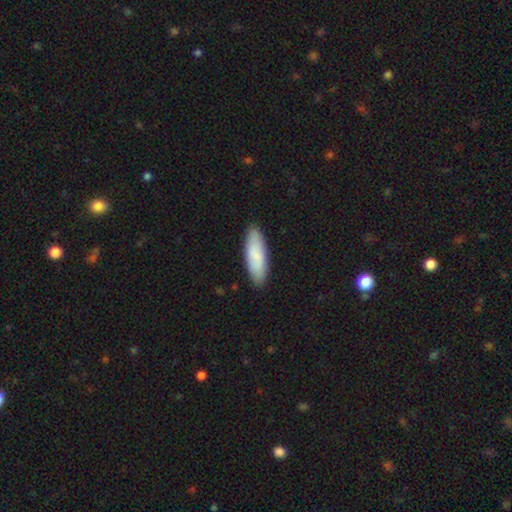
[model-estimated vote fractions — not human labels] A smooth galaxy with no disk features (82%) that is in between round and cigar-shaped (54%). Merging: none (88%).